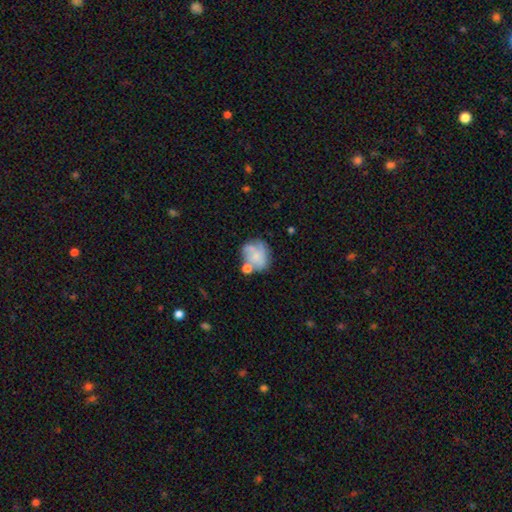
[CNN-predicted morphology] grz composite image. It shows a smooth galaxy with no disk features (54%) that is round (64%). Merging: none (44%).